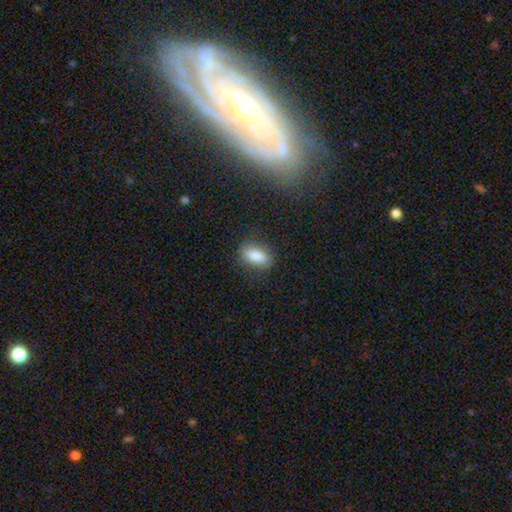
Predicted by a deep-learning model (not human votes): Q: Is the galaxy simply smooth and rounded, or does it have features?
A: smooth — 85%.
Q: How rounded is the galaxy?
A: in between — 85%.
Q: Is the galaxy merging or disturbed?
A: none — 81%.